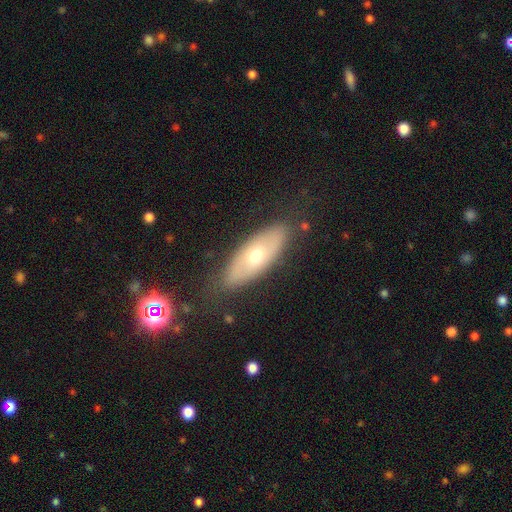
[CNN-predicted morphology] A smooth galaxy with no disk features (55%) that is in between round and cigar-shaped (76%).

Vote fractions:
- Smooth or featured? smooth: 55% / featured or disk: 38% / star or artifact: 7%
- How rounded? in between: 76% / cigar-shaped: 21% / round: 4%
- Merging? none: 79% / minor disturbance: 15% / major disturbance: 4% / merger: 2%